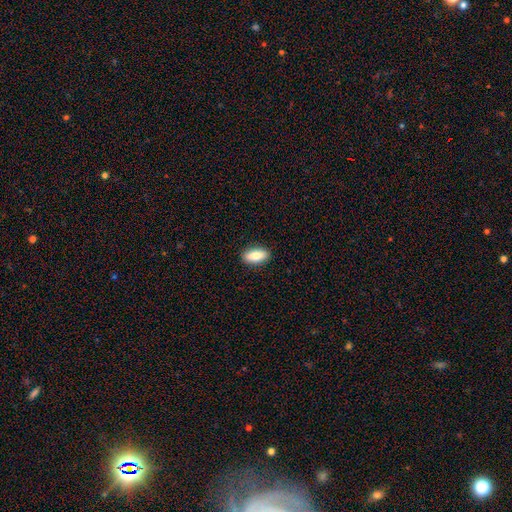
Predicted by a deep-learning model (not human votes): Smooth or featured: smooth — 81% (featured or disk — 12%)
How rounded: in between — 85% (cigar-shaped — 12%)
Merging: none — 89% (minor disturbance — 8%)